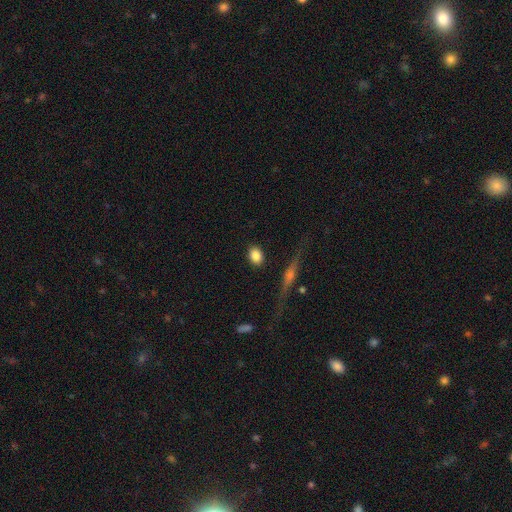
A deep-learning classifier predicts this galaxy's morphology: The model was most divided on "how rounded": in between: 61%, round: 36%, cigar-shaped: 3%. More confident: merging — none (85%); smooth or featured — smooth (83%).